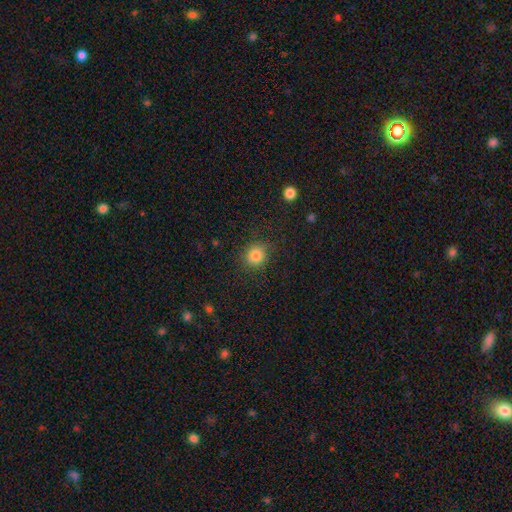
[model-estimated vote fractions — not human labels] Smooth or featured?
  - smooth: 83% *
  - star or artifact: 12%
  - featured or disk: 6%
How rounded?
  - round: 86% *
  - in between: 13%
  - cigar-shaped: 1%
Merging?
  - none: 87% *
  - minor disturbance: 9%
  - major disturbance: 3%
  - merger: 1%